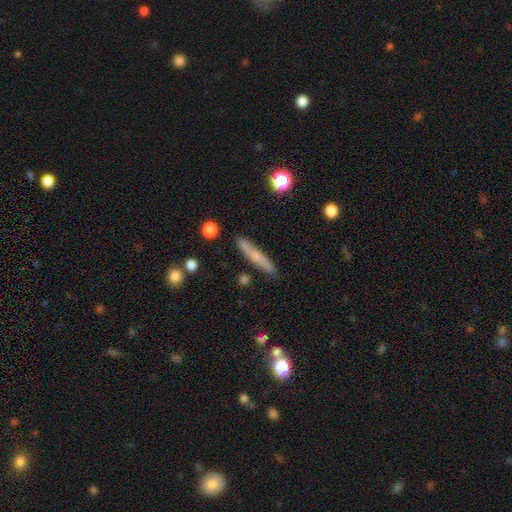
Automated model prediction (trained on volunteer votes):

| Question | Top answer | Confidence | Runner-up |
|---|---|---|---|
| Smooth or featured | smooth | 57% | featured or disk (35%) |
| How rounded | cigar-shaped | 91% | in between (7%) |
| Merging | none | 86% | minor disturbance (10%) |